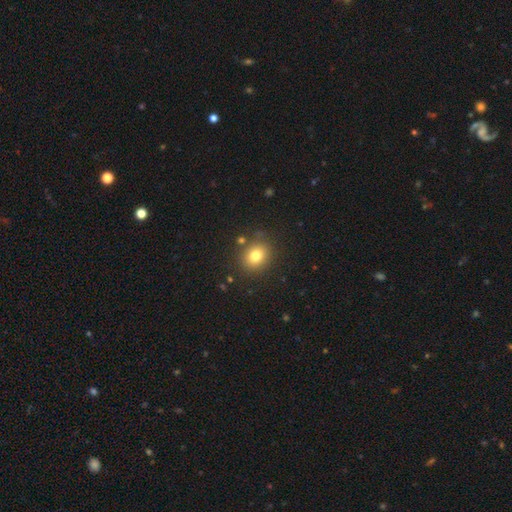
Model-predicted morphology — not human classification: A smooth galaxy with no disk features (78%) that is round (67%).

Vote fractions:
- Smooth or featured? smooth: 78% / star or artifact: 13% / featured or disk: 9%
- How rounded? round: 67% / in between: 32% / cigar-shaped: 1%
- Merging? none: 83% / minor disturbance: 10% / merger: 4% / major disturbance: 3%